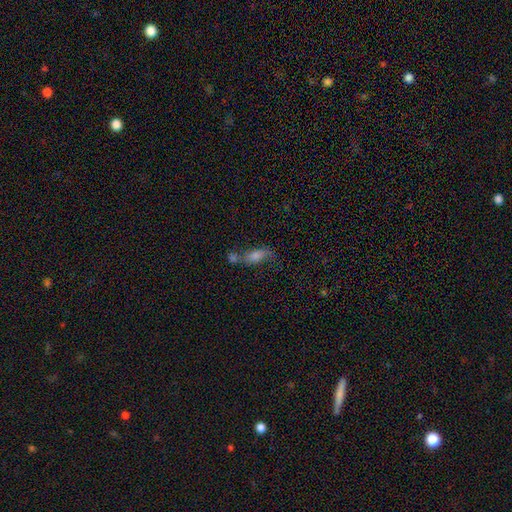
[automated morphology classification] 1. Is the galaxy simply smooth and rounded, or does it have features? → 57% smooth, 29% featured or disk, 13% star or artifact.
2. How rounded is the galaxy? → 72% in between, 21% cigar-shaped, 7% round.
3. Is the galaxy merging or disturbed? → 42% merger, 31% none, 15% minor disturbance, 12% major disturbance.